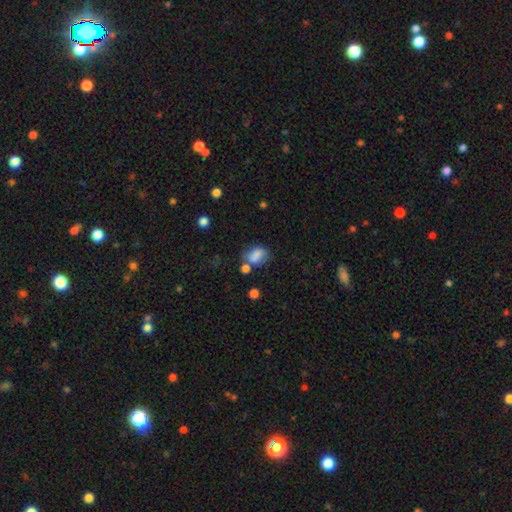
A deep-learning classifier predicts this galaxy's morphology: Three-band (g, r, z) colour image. It shows a smooth galaxy with no disk features (76%) that is in between round and cigar-shaped (68%). Merging: none (47%).